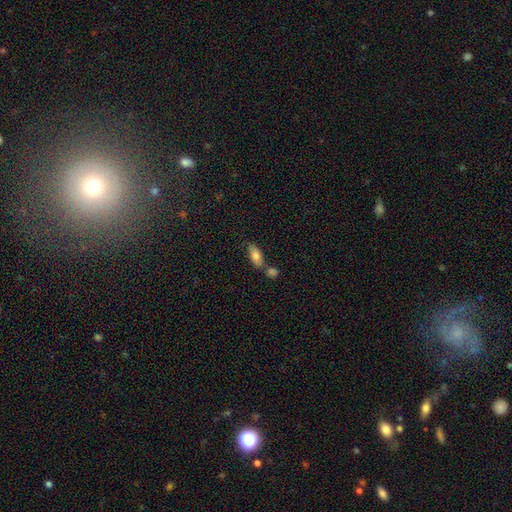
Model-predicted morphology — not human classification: Q: Smooth or featured?
A: smooth (77%); runner-up: featured or disk (15%)
Q: How rounded?
A: in between (87%); runner-up: cigar-shaped (10%)
Q: Merging?
A: none (54%); runner-up: merger (28%)